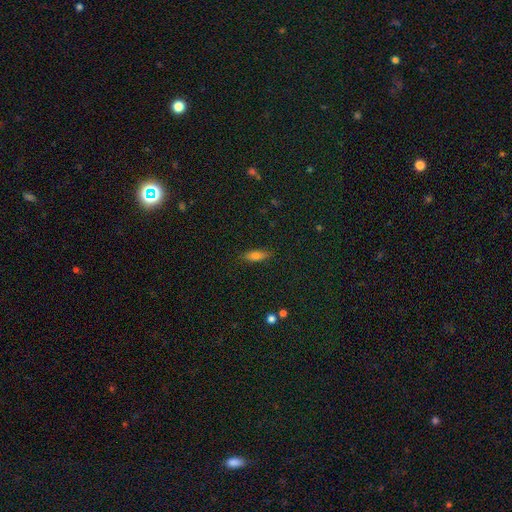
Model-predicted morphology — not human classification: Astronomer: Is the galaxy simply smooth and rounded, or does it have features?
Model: smooth — 74%.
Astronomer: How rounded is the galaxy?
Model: in between — 56% (runner-up: cigar-shaped, 41%).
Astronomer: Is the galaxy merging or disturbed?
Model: none — 83%.